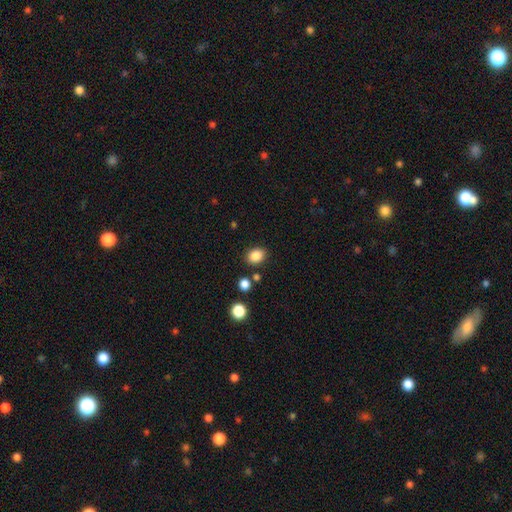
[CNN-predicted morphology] type=smooth (86%); roundness=in between (59%); merging=none (84%).